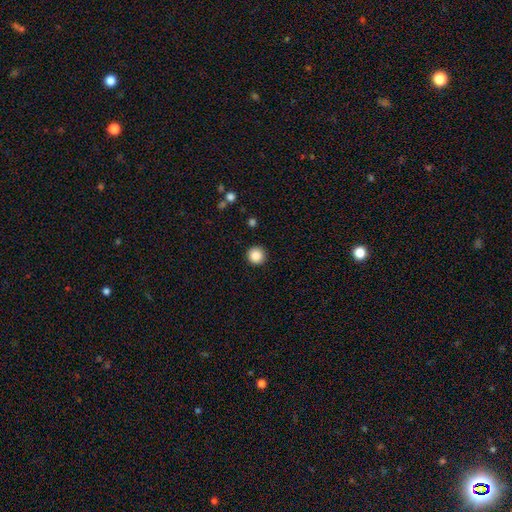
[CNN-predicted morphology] smooth-or-featured: smooth: 87% | star or artifact: 10% | featured or disk: 3%
  how-rounded: round: 96% | in between: 3% | cigar-shaped: 1%
  merging: none: 93% | minor disturbance: 5% | major disturbance: 2% | merger: 1%